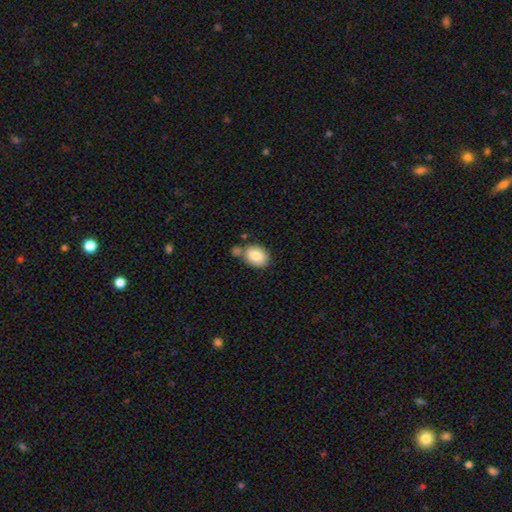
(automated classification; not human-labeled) This appears to be a smooth galaxy with no disk features (83%) that is in between round and cigar-shaped (74%). Merging: none (56%).